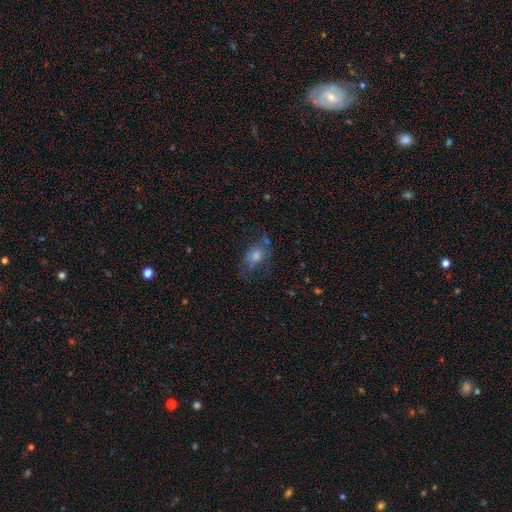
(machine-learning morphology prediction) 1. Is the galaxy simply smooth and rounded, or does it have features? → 45% smooth, 38% featured or disk, 16% star or artifact.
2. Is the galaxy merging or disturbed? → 51% none, 23% minor disturbance, 21% major disturbance, 4% merger.